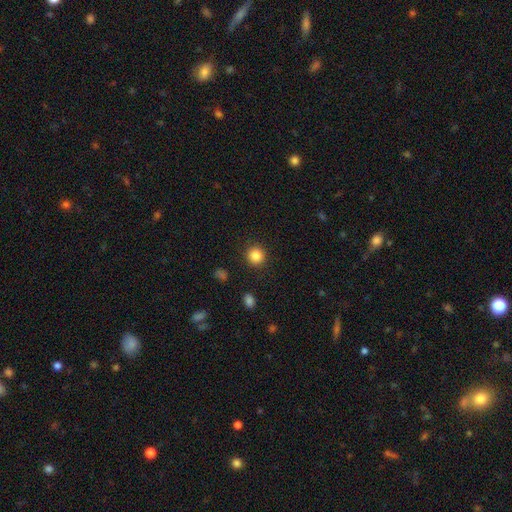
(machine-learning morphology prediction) The model was most divided on "smooth or featured": smooth: 85%, star or artifact: 11%, featured or disk: 5%. More confident: how rounded — round (94%); merging — none (91%).